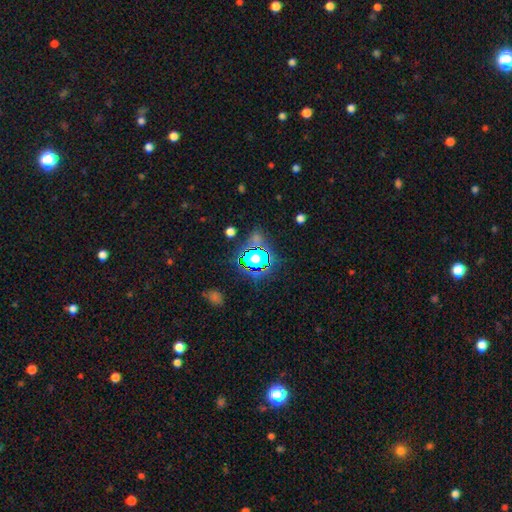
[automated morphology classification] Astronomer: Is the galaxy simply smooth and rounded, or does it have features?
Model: star or artifact — 76%.